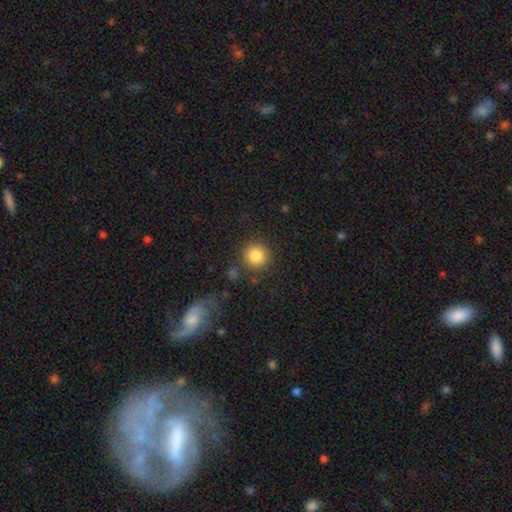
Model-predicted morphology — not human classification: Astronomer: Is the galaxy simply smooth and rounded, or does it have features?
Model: smooth — 85%.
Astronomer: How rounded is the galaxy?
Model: round — 93%.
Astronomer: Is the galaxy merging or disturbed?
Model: none — 84%.